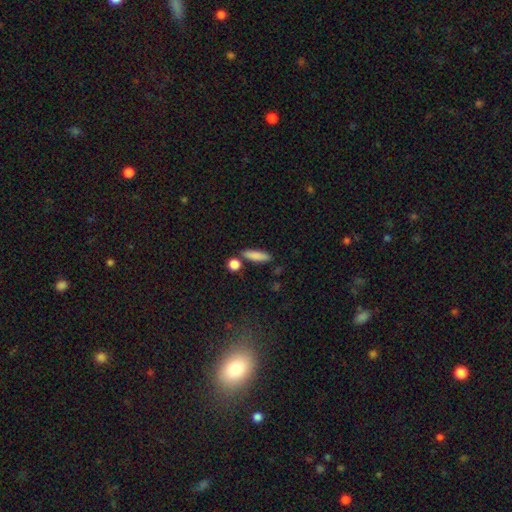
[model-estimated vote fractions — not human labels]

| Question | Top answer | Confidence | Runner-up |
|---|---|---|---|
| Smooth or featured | smooth | 85% | featured or disk (8%) |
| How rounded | cigar-shaped | 63% | in between (32%) |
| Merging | none | 78% | minor disturbance (11%) |